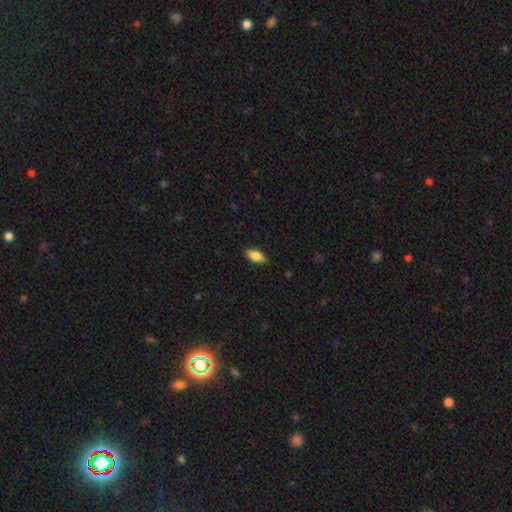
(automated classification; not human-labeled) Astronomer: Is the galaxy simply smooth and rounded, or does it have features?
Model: smooth — 81%.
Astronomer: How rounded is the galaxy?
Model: in between — 86%.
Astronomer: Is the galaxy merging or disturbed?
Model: none — 83%.